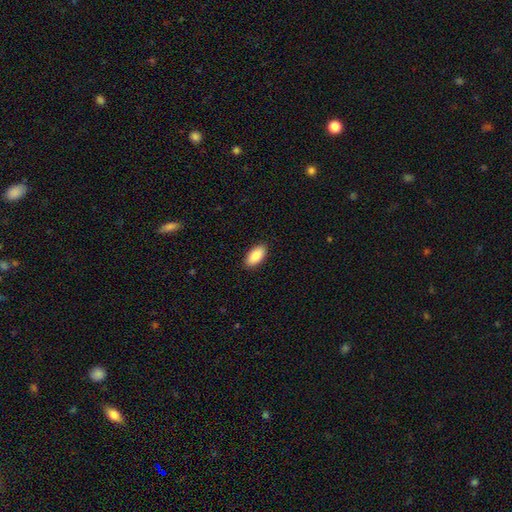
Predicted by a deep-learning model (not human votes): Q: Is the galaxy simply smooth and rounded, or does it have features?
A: smooth — 89%.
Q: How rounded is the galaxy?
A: in between — 94%.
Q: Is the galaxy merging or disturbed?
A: none — 89%.